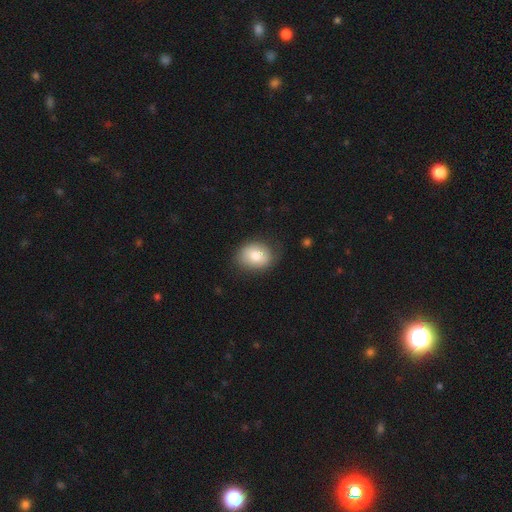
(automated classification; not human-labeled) smooth-or-featured: smooth: 79% | featured or disk: 13% | star or artifact: 8%
  how-rounded: in between: 56% | round: 43% | cigar-shaped: 1%
  merging: none: 75% | minor disturbance: 19% | major disturbance: 5% | merger: 1%